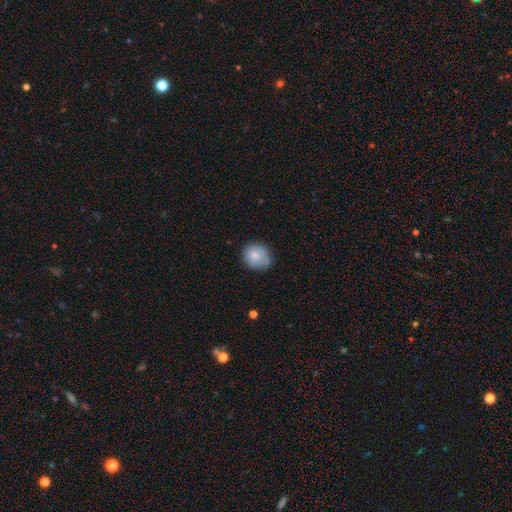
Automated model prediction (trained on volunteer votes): Morphology: type=smooth (80%); roundness=round (75%); merging=none (66%).